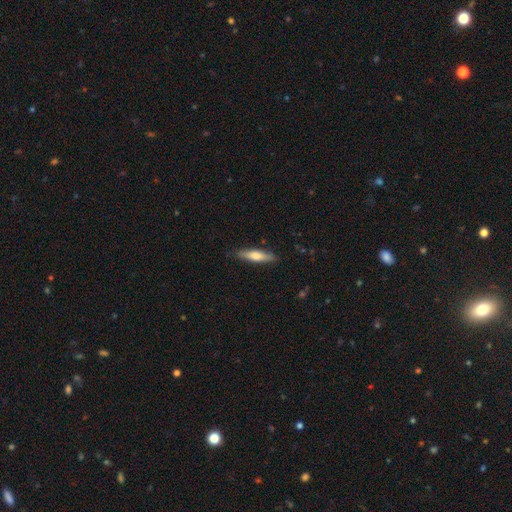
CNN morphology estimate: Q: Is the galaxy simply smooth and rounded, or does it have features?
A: smooth — 61%.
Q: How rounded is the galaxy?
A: cigar-shaped — 76%.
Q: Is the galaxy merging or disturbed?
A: none — 87%.